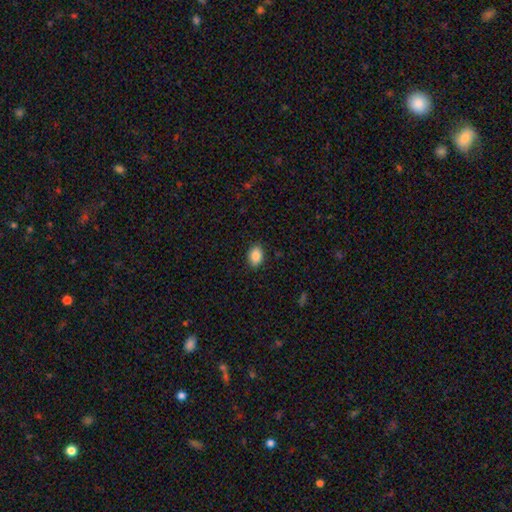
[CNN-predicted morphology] A smooth galaxy with no disk features (87%) that is in between round and cigar-shaped (78%). Merging: none (88%).